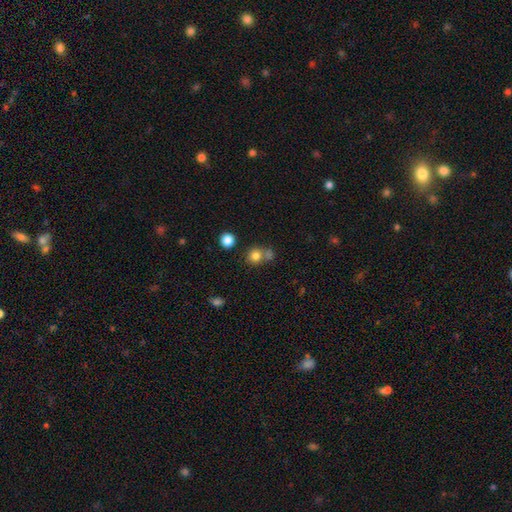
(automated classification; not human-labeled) smooth-or-featured: smooth: 80% | star or artifact: 13% | featured or disk: 7%
  how-rounded: round: 85% | in between: 14% | cigar-shaped: 1%
  merging: none: 59% | merger: 30% | minor disturbance: 8% | major disturbance: 4%